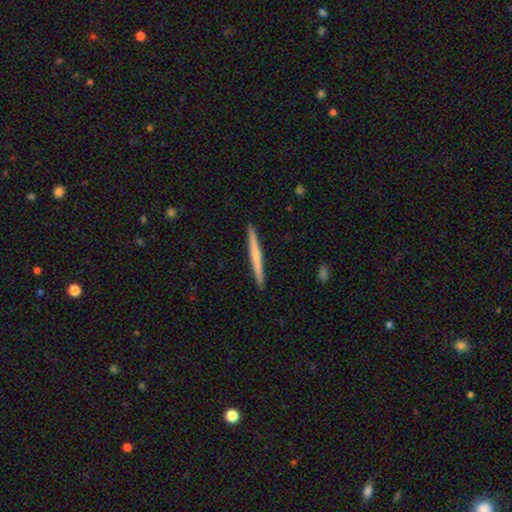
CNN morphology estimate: Smooth or featured: smooth — 48% (featured or disk — 46%)
Merging: none — 93% (minor disturbance — 5%)